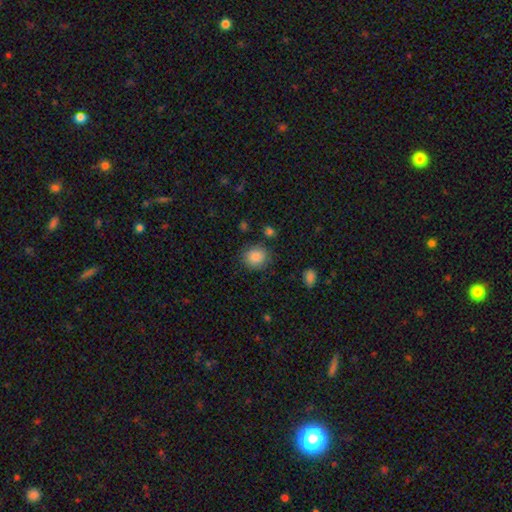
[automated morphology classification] This appears to be a smooth galaxy with no disk features (86%) that is round (84%). Merging: none (84%).